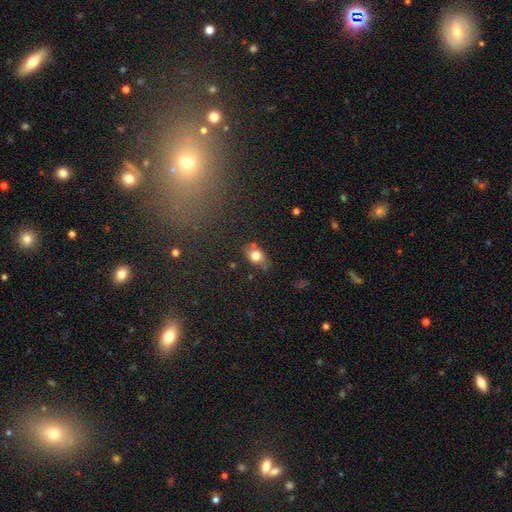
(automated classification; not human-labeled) smooth-or-featured: smooth: 76% | featured or disk: 14% | star or artifact: 10%
  how-rounded: in between: 65% | round: 32% | cigar-shaped: 3%
  merging: none: 65% | minor disturbance: 22% | merger: 8% | major disturbance: 5%